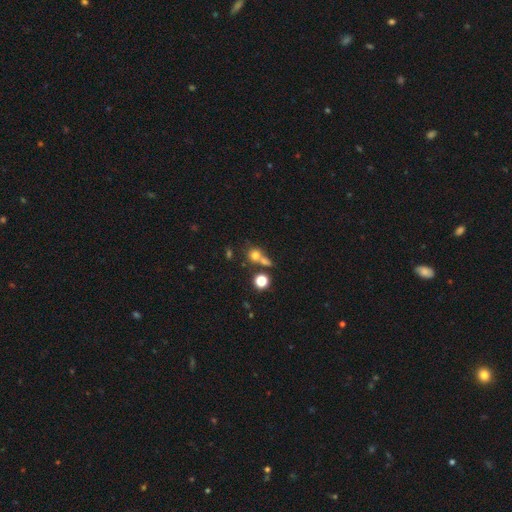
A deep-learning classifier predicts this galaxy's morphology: Q: Smooth or featured?
A: smooth (70%); runner-up: star or artifact (17%)
Q: How rounded?
A: round (83%); runner-up: in between (15%)
Q: Merging?
A: none (47%); runner-up: merger (37%)